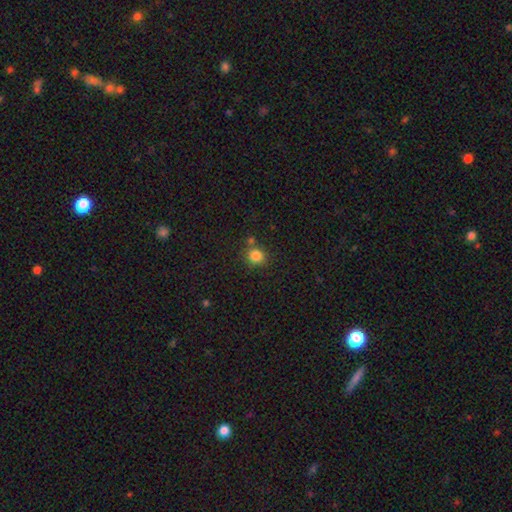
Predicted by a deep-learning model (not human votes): smooth-or-featured: smooth: 83% | star or artifact: 12% | featured or disk: 5%
  how-rounded: round: 85% | in between: 14% | cigar-shaped: 1%
  merging: none: 74% | minor disturbance: 12% | merger: 11% | major disturbance: 3%